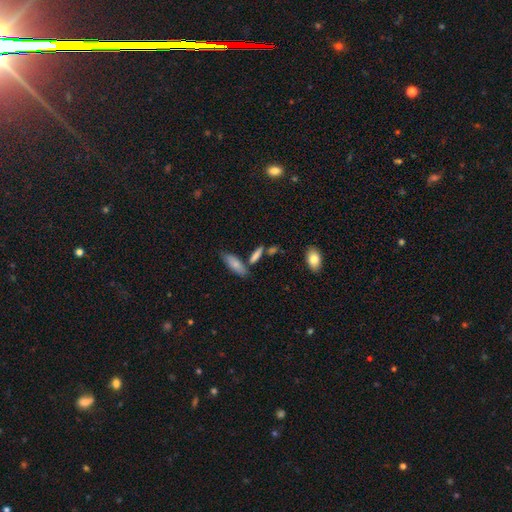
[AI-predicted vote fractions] Q: Smooth or featured?
A: smooth (75%); runner-up: featured or disk (16%)
Q: How rounded?
A: cigar-shaped (55%); runner-up: in between (40%)
Q: Merging?
A: none (68%); runner-up: merger (16%)